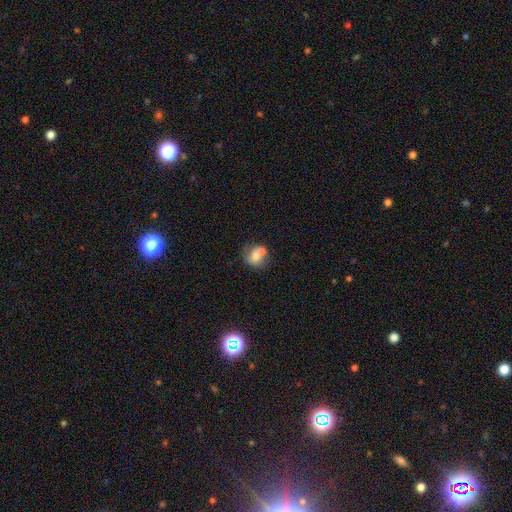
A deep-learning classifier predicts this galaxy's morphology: Smooth or featured?
  - smooth: 64% *
  - featured or disk: 27%
  - star or artifact: 10%
How rounded?
  - round: 63% *
  - in between: 36%
  - cigar-shaped: 1%
Merging?
  - merger: 45% *
  - none: 36%
  - minor disturbance: 14%
  - major disturbance: 6%